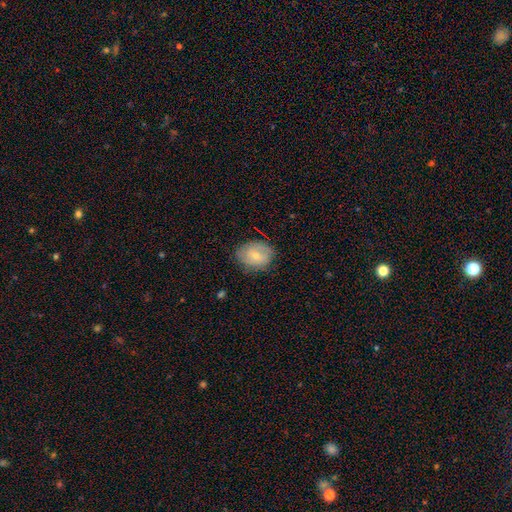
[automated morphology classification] smooth_or_featured: smooth (p=0.59) [alt: featured or disk p=0.33]
how_rounded: in between (p=0.54) [alt: round p=0.44]
merging: none (p=0.75) [alt: minor disturbance p=0.19]